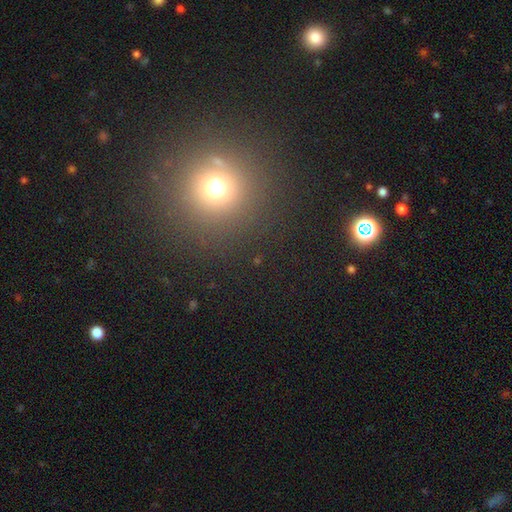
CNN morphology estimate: Smooth or featured? Predicted: smooth (p=0.57). How rounded? Predicted: round (p=0.94). Merging? Predicted: none (p=0.90).